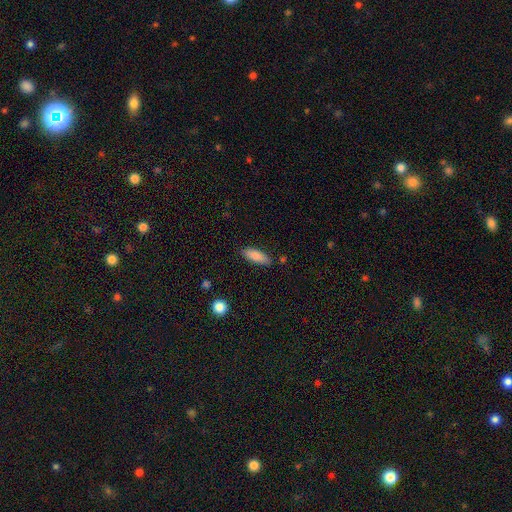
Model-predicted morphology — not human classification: A smooth galaxy with no disk features (85%) that is in between round and cigar-shaped (60%).

Vote fractions:
- Smooth or featured? smooth: 85% / featured or disk: 8% / star or artifact: 6%
- How rounded? in between: 60% / cigar-shaped: 38% / round: 2%
- Merging? none: 85% / minor disturbance: 11% / major disturbance: 2% / merger: 2%